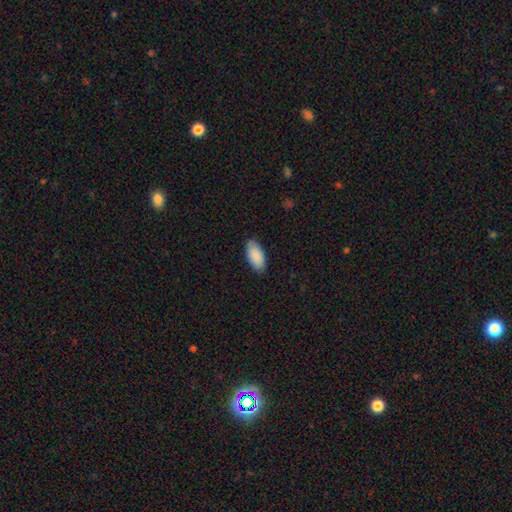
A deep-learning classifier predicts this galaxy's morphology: A smooth galaxy with no disk features (90%) that is in between round and cigar-shaped (94%).

Vote fractions:
- Smooth or featured? smooth: 90% / star or artifact: 5% / featured or disk: 5%
- How rounded? in between: 94% / cigar-shaped: 5% / round: 2%
- Merging? none: 86% / minor disturbance: 11% / major disturbance: 2% / merger: 1%